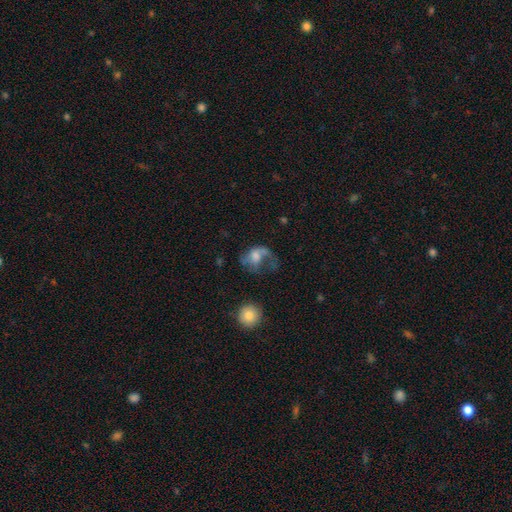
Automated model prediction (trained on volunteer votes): Smooth or featured: featured or disk — 55% (smooth — 34%)
Edge-on disk: no — 97% (yes — 3%)
Bar: no — 65% (weak — 29%)
Spiral arms: yes — 71% (no — 29%)
Bulge size: moderate — 39% (small — 23%)
Merging: major disturbance — 52% (none — 27%)